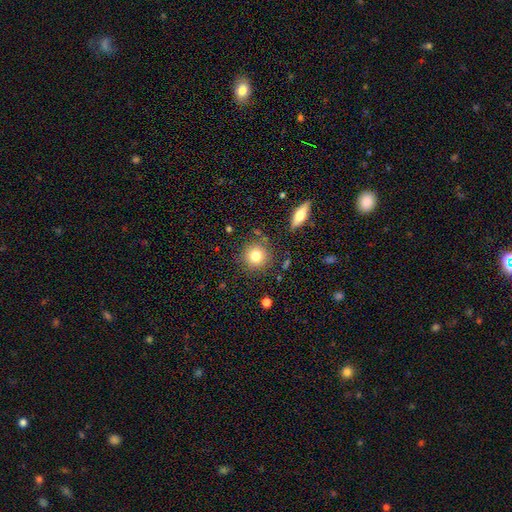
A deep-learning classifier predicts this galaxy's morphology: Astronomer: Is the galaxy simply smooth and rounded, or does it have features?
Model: smooth — 79%.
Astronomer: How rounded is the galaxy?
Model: round — 92%.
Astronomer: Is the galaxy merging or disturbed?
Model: none — 83%.